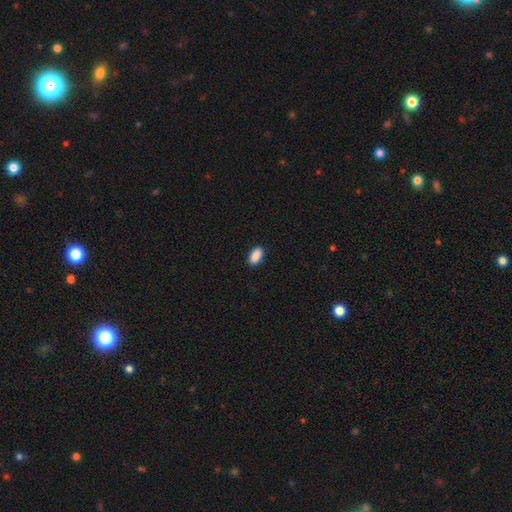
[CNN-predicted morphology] Smooth or featured?
  - smooth: 90% *
  - star or artifact: 7%
  - featured or disk: 3%
How rounded?
  - in between: 93% *
  - round: 5%
  - cigar-shaped: 3%
Merging?
  - none: 89% *
  - minor disturbance: 8%
  - major disturbance: 2%
  - merger: 1%